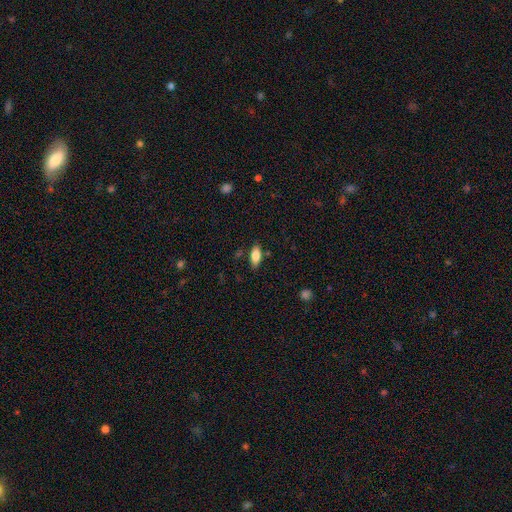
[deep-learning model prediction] smooth_or_featured: smooth (p=0.82) [alt: featured or disk p=0.11]
how_rounded: in between (p=0.85) [alt: cigar-shaped p=0.12]
merging: none (p=0.81) [alt: minor disturbance p=0.13]